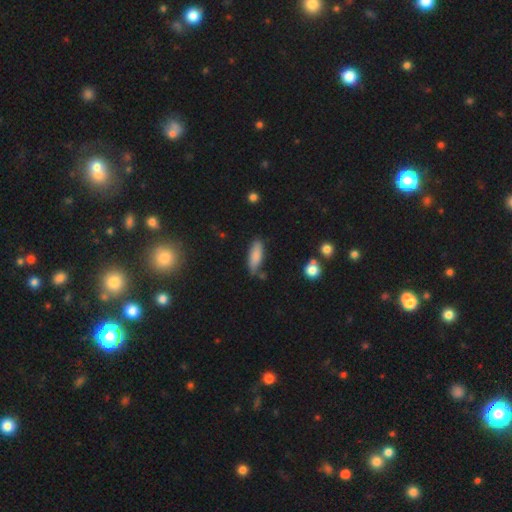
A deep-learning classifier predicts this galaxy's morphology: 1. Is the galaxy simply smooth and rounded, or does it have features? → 82% smooth, 11% featured or disk, 7% star or artifact.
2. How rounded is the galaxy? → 66% in between, 32% cigar-shaped, 2% round.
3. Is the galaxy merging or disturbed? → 68% none, 23% minor disturbance, 5% major disturbance, 5% merger.